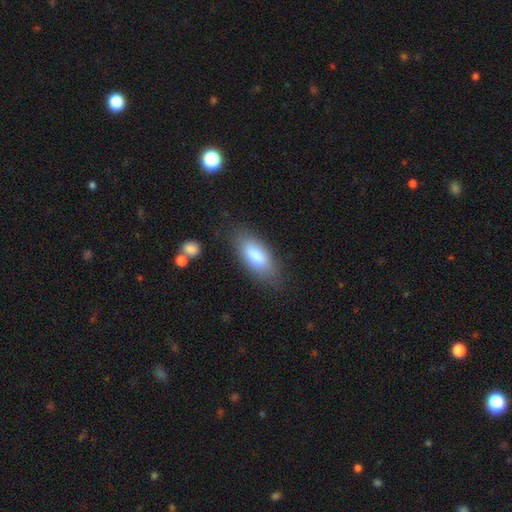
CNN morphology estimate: Smooth or featured: smooth — 83% (featured or disk — 10%)
How rounded: in between — 82% (cigar-shaped — 15%)
Merging: none — 75% (minor disturbance — 17%)